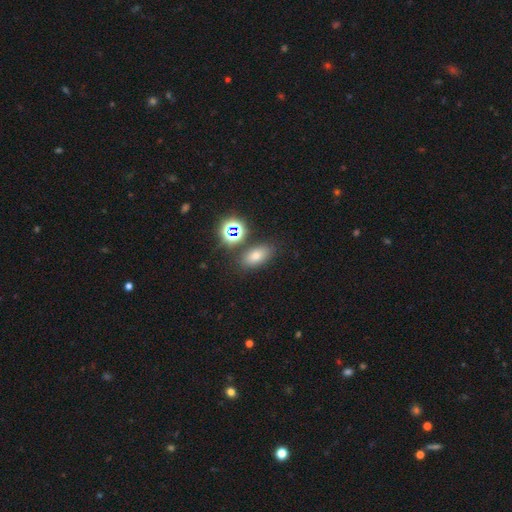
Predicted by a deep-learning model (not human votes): The model was most divided on "smooth or featured": smooth: 68%, star or artifact: 21%, featured or disk: 11%. More confident: how rounded — in between (83%); merging — none (79%).